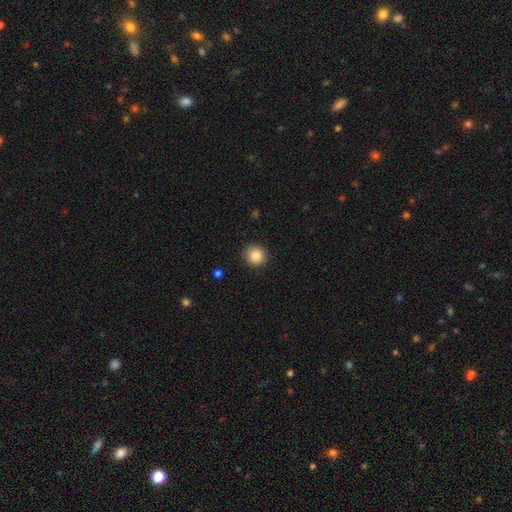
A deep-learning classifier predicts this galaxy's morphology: smooth_or_featured: smooth (p=0.87) [alt: star or artifact p=0.09]
how_rounded: round (p=0.92) [alt: in between p=0.07]
merging: none (p=0.89) [alt: minor disturbance p=0.08]